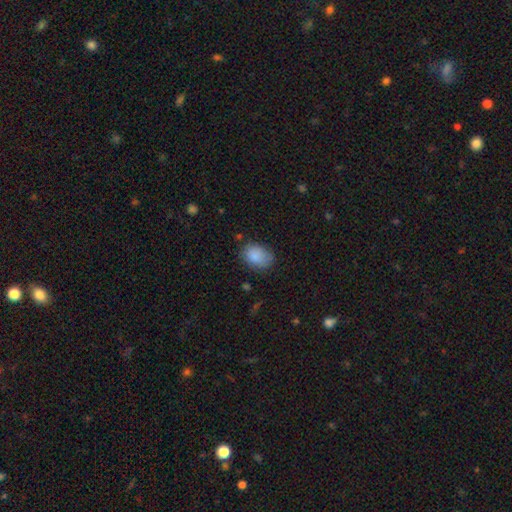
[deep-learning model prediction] A smooth galaxy with no disk features (86%) that is in between round and cigar-shaped (75%).

Vote fractions:
- Smooth or featured? smooth: 86% / star or artifact: 8% / featured or disk: 6%
- How rounded? in between: 75% / round: 24% / cigar-shaped: 1%
- Merging? none: 73% / minor disturbance: 21% / major disturbance: 5% / merger: 2%